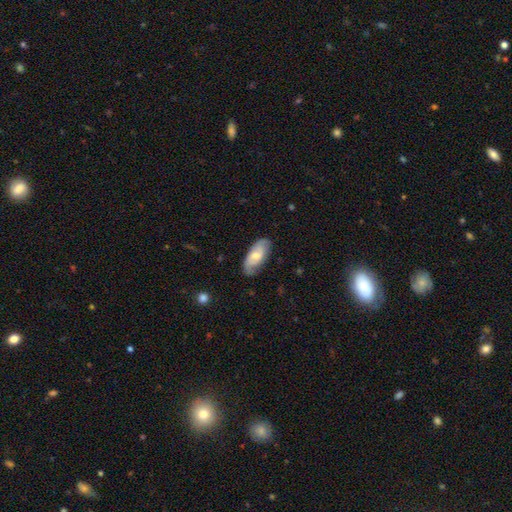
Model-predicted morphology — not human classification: smooth-or-featured: featured or disk: 50% | smooth: 45% | star or artifact: 6%
  merging: none: 75% | minor disturbance: 20% | major disturbance: 4% | merger: 1%